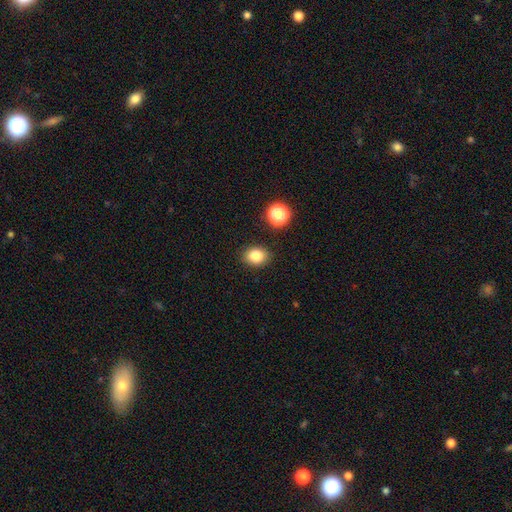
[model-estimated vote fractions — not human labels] Morphology: type=smooth (84%); roundness=in between (56%); merging=none (86%).